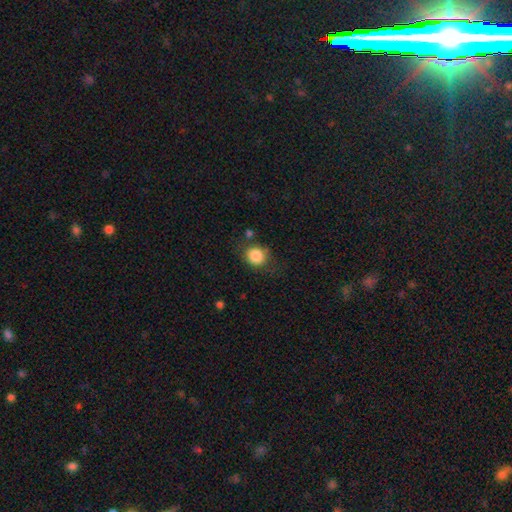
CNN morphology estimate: smooth-or-featured: smooth: 85% | star or artifact: 9% | featured or disk: 6%
  how-rounded: round: 78% | in between: 21% | cigar-shaped: 1%
  merging: none: 72% | minor disturbance: 17% | major disturbance: 6% | merger: 5%